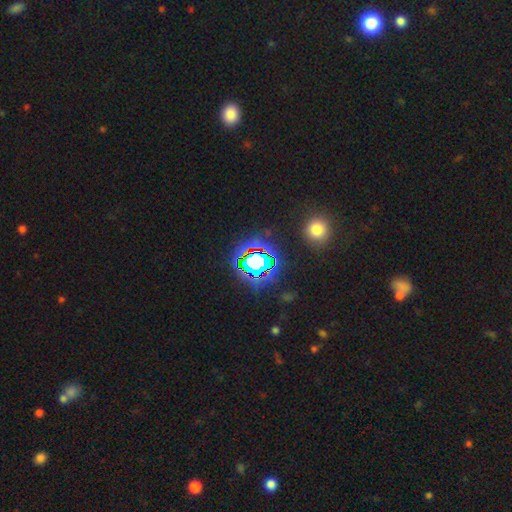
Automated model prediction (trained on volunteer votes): Smooth or featured? star or artifact (76%)